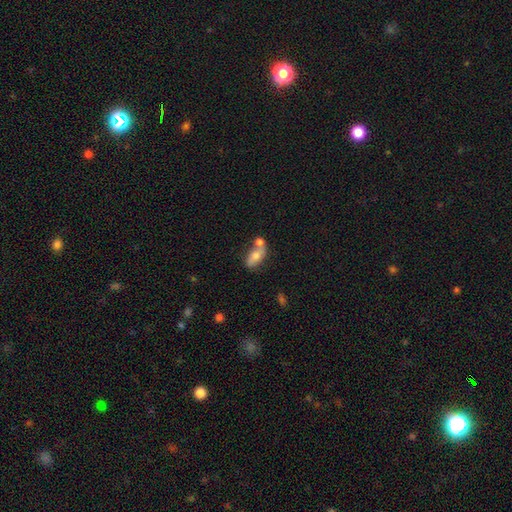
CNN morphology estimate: Smooth or featured?
  - smooth: 62% *
  - featured or disk: 30%
  - star or artifact: 8%
How rounded?
  - in between: 85% *
  - round: 8%
  - cigar-shaped: 8%
Merging?
  - merger: 40% *
  - none: 39%
  - minor disturbance: 15%
  - major disturbance: 6%